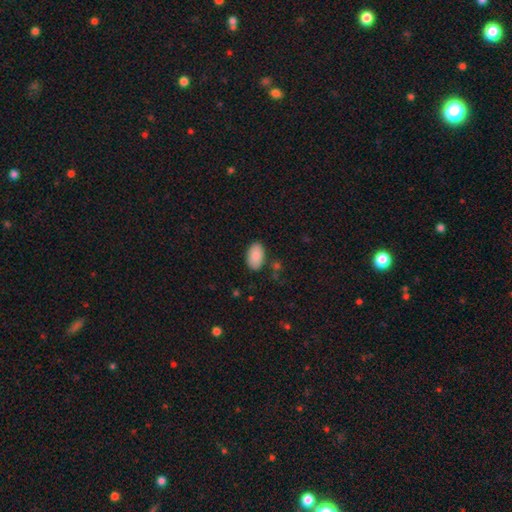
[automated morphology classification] This is clearly a smooth galaxy (89%). How rounded: clearly in between (94%). Merging: clearly none (84%).